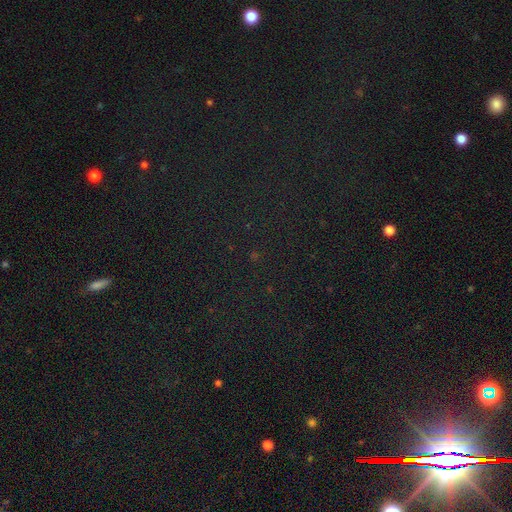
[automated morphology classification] Overall: star or artifact (82%).